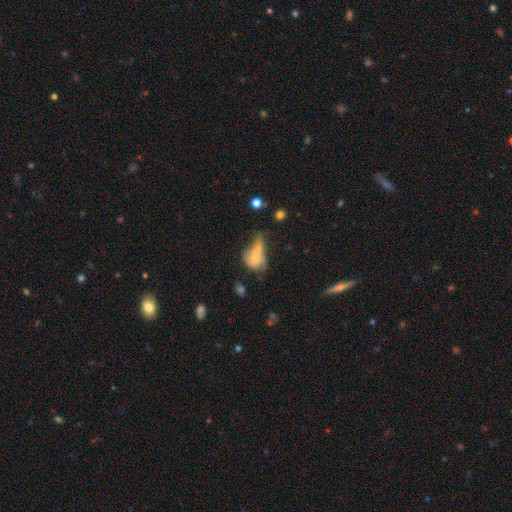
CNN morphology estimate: Smooth or featured? Predicted: smooth (p=0.59). How rounded? Predicted: in between (p=0.62). Merging? Predicted: merger (p=0.37).